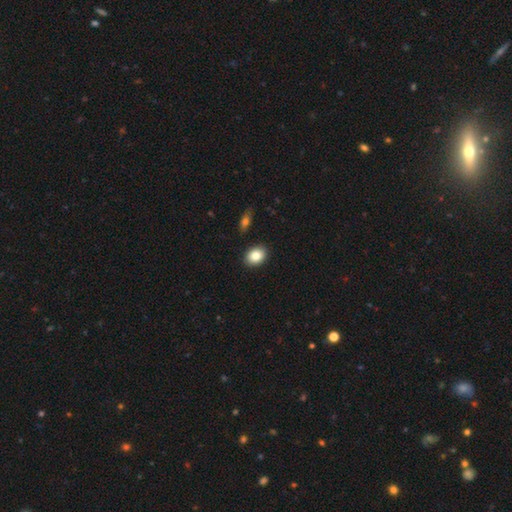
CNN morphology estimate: Q: Smooth or featured?
A: smooth (85%); runner-up: star or artifact (8%)
Q: How rounded?
A: in between (66%); runner-up: round (32%)
Q: Merging?
A: none (90%); runner-up: minor disturbance (7%)